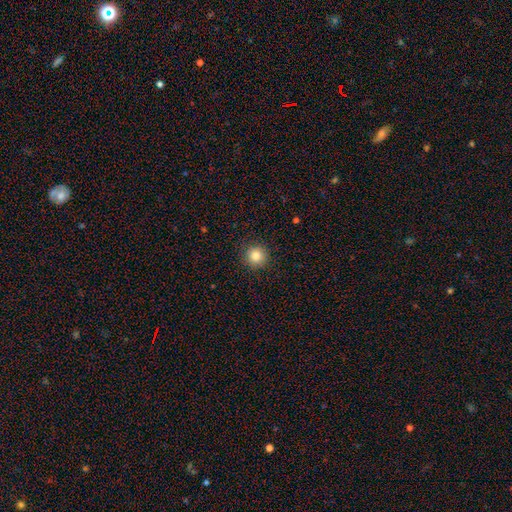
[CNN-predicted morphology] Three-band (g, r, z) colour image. It shows a smooth galaxy with no disk features (83%) that is round (95%). Merging: none (91%).